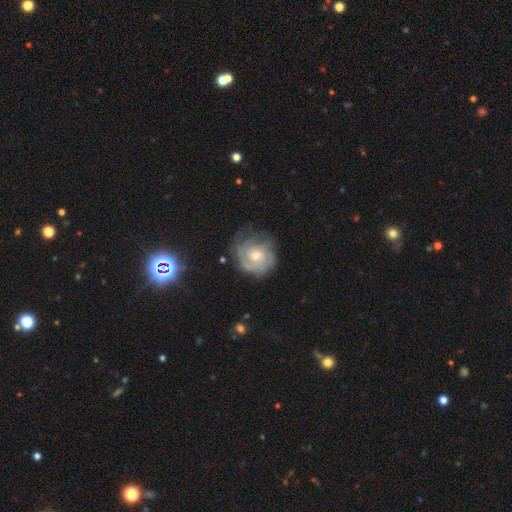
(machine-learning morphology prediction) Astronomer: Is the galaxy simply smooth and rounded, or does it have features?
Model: featured or disk — 73%.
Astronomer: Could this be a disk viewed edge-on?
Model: no — 98%.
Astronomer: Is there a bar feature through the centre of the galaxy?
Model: no — 74%.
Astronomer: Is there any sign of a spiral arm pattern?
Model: yes — 86%.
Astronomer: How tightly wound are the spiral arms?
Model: tight — 65%.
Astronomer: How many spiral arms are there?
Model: can't tell — 46% (runner-up: 2, 23%).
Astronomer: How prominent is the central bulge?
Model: small — 51% (runner-up: moderate, 44%).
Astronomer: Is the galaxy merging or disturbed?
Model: none — 61%.